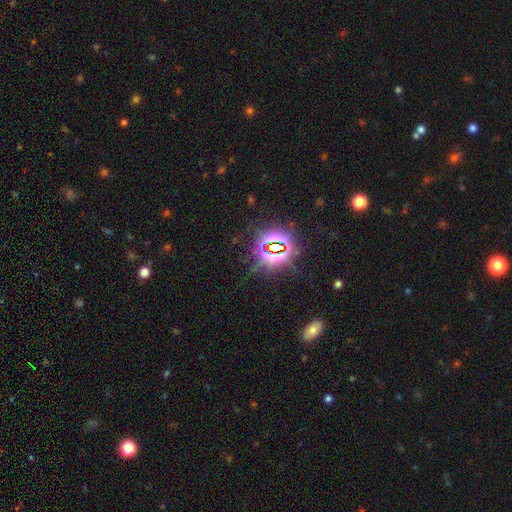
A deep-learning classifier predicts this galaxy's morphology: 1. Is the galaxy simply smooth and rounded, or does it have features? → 81% star or artifact, 12% smooth, 7% featured or disk.